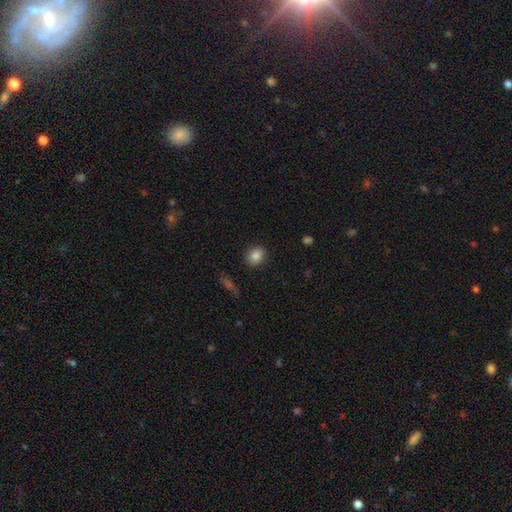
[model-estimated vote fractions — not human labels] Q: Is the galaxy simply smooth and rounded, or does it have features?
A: smooth — 85%.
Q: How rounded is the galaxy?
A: round — 64%.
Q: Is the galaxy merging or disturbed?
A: none — 89%.